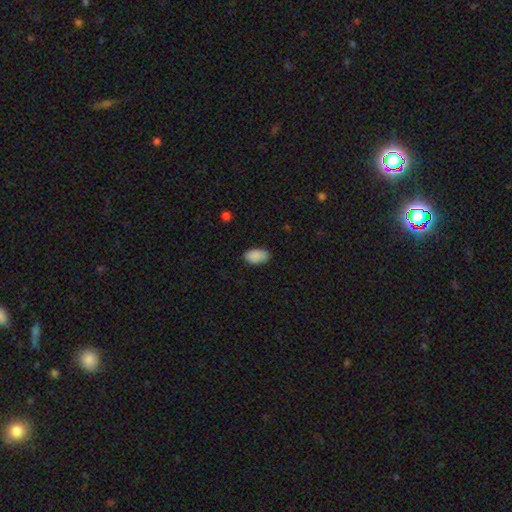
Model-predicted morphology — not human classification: Smooth or featured? Predicted: smooth (p=0.89). How rounded? Predicted: in between (p=0.94). Merging? Predicted: none (p=0.83).